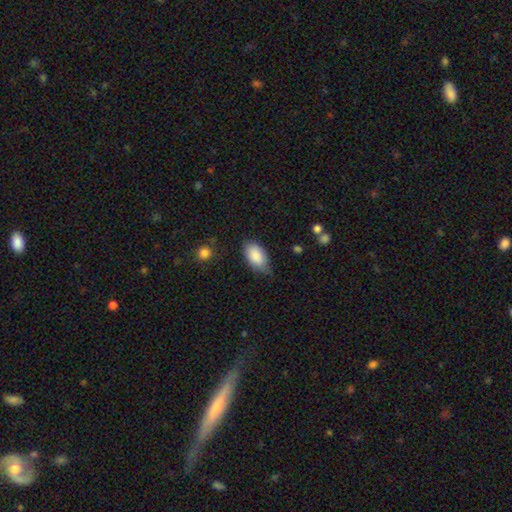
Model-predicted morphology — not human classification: smooth-or-featured: smooth: 87% | featured or disk: 7% | star or artifact: 6%
  how-rounded: in between: 94% | round: 4% | cigar-shaped: 2%
  merging: none: 62% | minor disturbance: 31% | major disturbance: 5% | merger: 2%